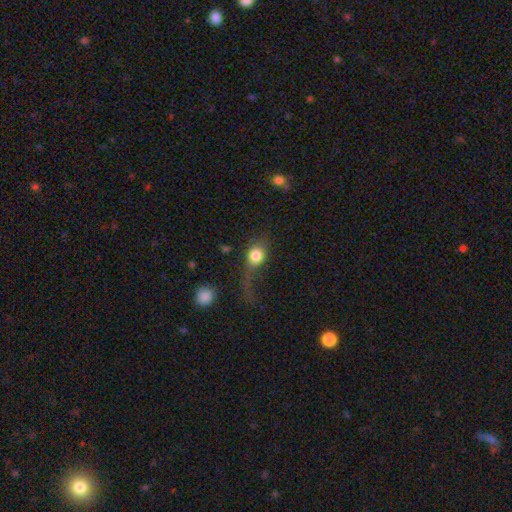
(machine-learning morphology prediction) type=smooth (72%); roundness=round (63%); merging=major disturbance (49%).